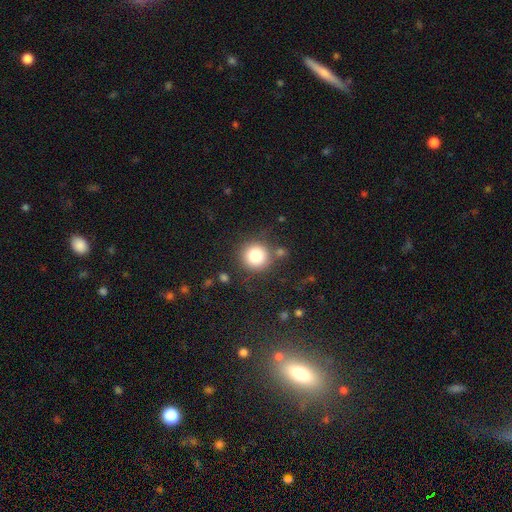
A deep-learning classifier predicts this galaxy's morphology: This appears to be a smooth galaxy with no disk features (82%) that is round (94%). Merging: none (81%).